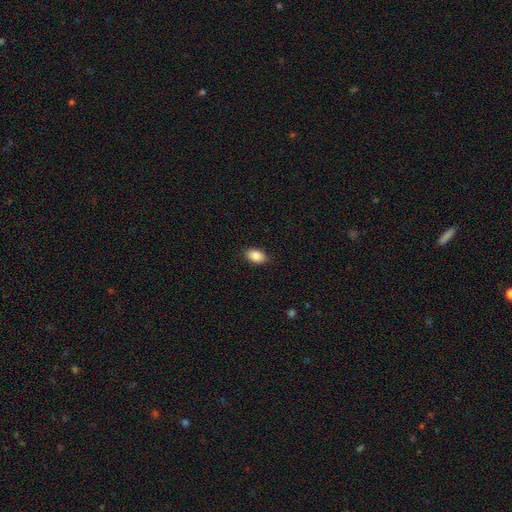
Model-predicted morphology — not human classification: A smooth galaxy with no disk features (88%) that is in between round and cigar-shaped (91%).

Vote fractions:
- Smooth or featured? smooth: 88% / star or artifact: 7% / featured or disk: 5%
- How rounded? in between: 91% / round: 7% / cigar-shaped: 1%
- Merging? none: 89% / minor disturbance: 8% / major disturbance: 2% / merger: 1%